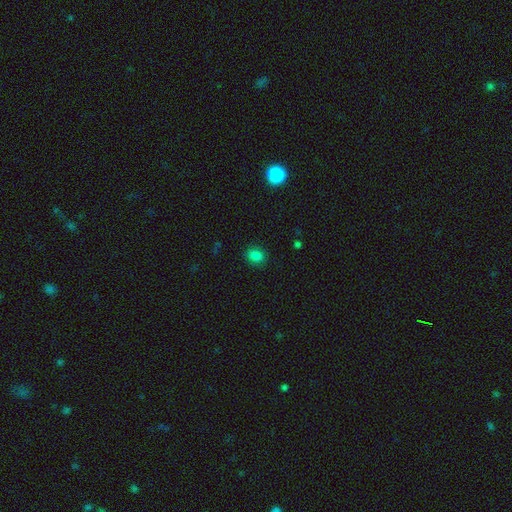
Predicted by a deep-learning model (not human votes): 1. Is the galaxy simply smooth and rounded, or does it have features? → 82% smooth, 13% star or artifact, 5% featured or disk.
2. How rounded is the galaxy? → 54% round, 45% in between, 1% cigar-shaped.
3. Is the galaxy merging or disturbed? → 88% none, 9% minor disturbance, 2% major disturbance, 1% merger.